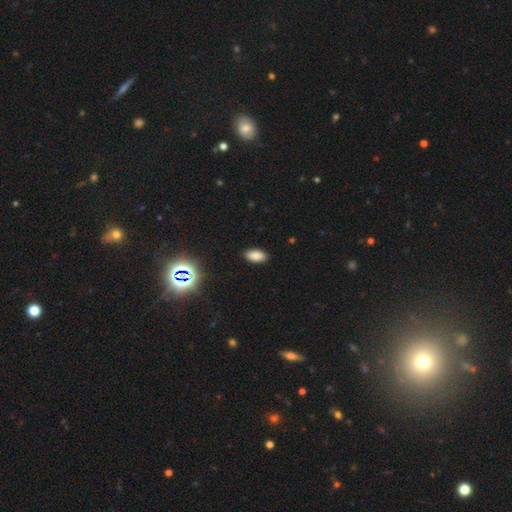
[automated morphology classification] A smooth galaxy with no disk features (82%) that is in between round and cigar-shaped (92%). Merging: none (89%).